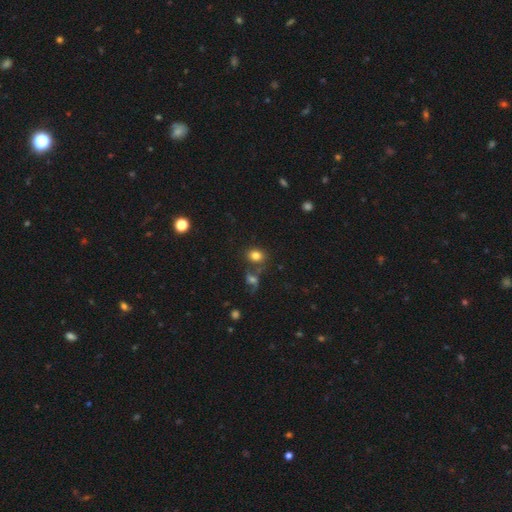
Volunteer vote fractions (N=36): A smooth galaxy with no disk features (92%) that is round (58%).

Vote fractions:
- Smooth or featured? smooth: 92% / featured or disk: 6% / star or artifact: 3%
- How rounded? round: 58% / in between: 42% / cigar-shaped: 0%
- Merging? none: 69% / merger: 20% / minor disturbance: 9% / major disturbance: 3%